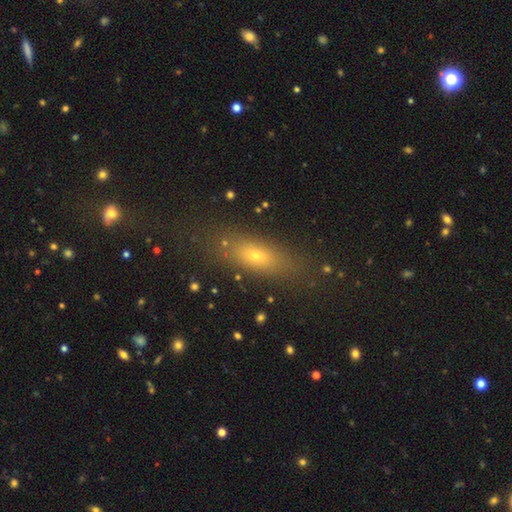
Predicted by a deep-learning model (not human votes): Smooth or featured?
  - smooth: 68% *
  - featured or disk: 18%
  - star or artifact: 14%
How rounded?
  - in between: 57% *
  - cigar-shaped: 37%
  - round: 6%
Merging?
  - none: 80% *
  - minor disturbance: 12%
  - major disturbance: 6%
  - merger: 3%